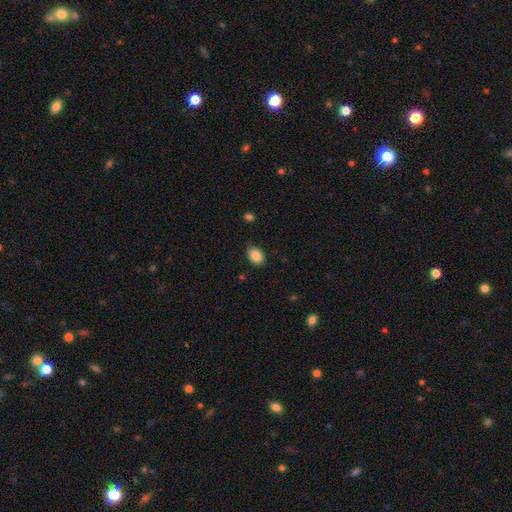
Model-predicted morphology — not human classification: Q: Smooth or featured?
A: smooth (87%); runner-up: star or artifact (8%)
Q: How rounded?
A: in between (75%); runner-up: round (24%)
Q: Merging?
A: none (78%); runner-up: minor disturbance (18%)